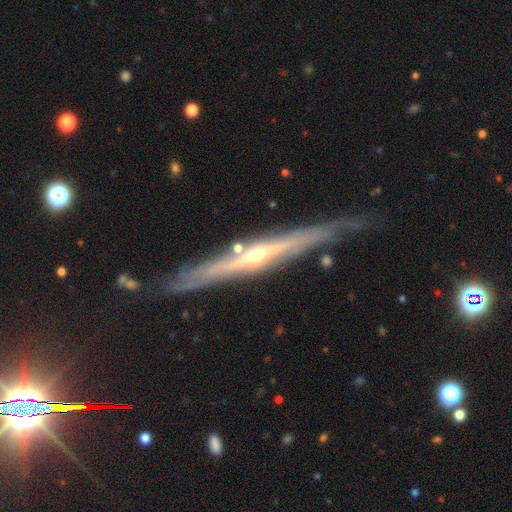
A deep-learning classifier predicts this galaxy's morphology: This appears to be a featured or disk galaxy (84%) viewed edge-on (93%) with a rounded central bulge (79%). Merging: none (75%).